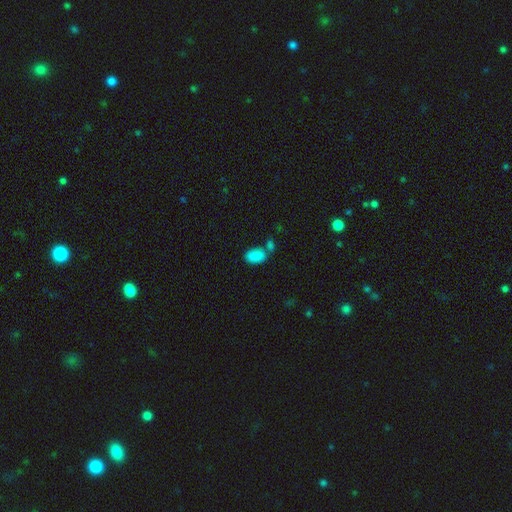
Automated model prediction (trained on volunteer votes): Smooth or featured: smooth — 86% (star or artifact — 9%)
How rounded: in between — 91% (round — 8%)
Merging: none — 55% (merger — 27%)